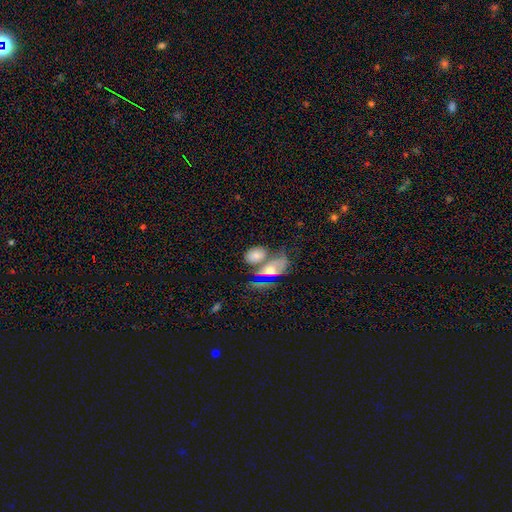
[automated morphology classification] A smooth galaxy with no disk features (70%) that is in between round and cigar-shaped (86%). Merging: merger (43%).